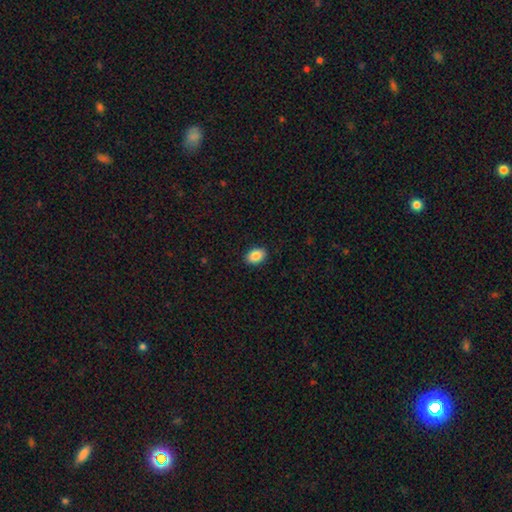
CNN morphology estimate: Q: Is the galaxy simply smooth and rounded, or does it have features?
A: smooth — 88%.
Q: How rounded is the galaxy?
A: in between — 84%.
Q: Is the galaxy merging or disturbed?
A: none — 90%.